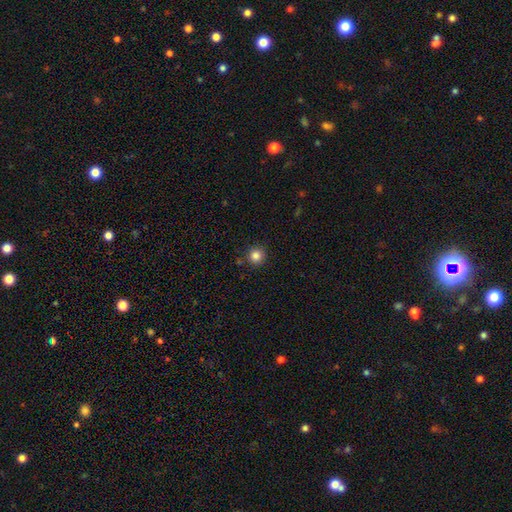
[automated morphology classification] Smooth or featured? Predicted: smooth (p=0.84). How rounded? Predicted: round (p=0.95). Merging? Predicted: none (p=0.89).